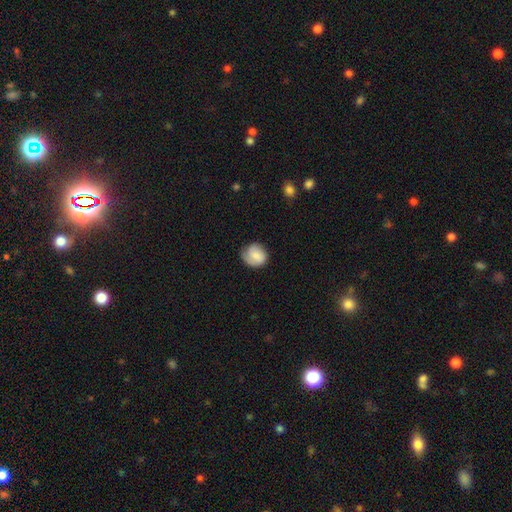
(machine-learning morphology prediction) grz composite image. It shows a smooth galaxy with no disk features (63%) that is round (79%). Merging: none (71%).